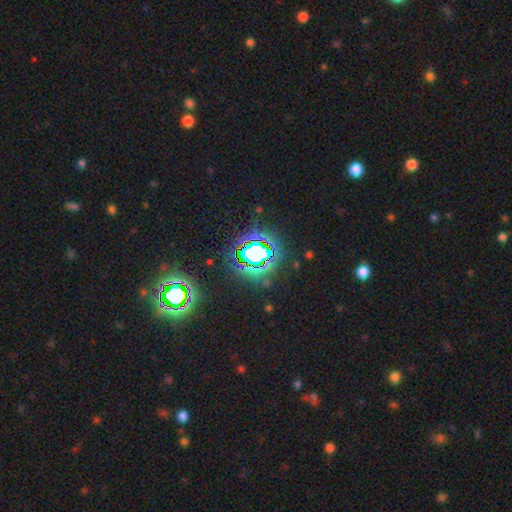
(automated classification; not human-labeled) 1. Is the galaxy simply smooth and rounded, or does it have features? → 67% star or artifact, 21% smooth, 12% featured or disk.